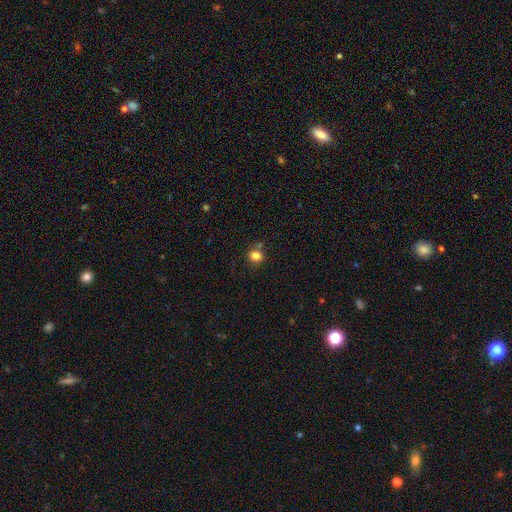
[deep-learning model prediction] This appears to be a smooth galaxy with no disk features (82%) that is round (64%). Merging: none (67%).